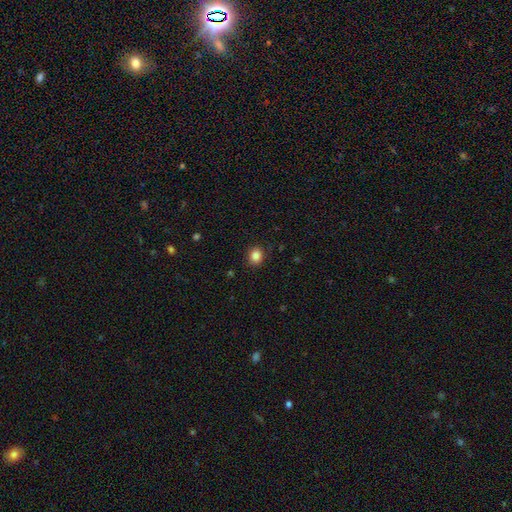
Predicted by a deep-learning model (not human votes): smooth-or-featured: smooth: 86% | star or artifact: 10% | featured or disk: 4%
  how-rounded: round: 67% | in between: 33% | cigar-shaped: 1%
  merging: none: 89% | minor disturbance: 7% | major disturbance: 2% | merger: 1%